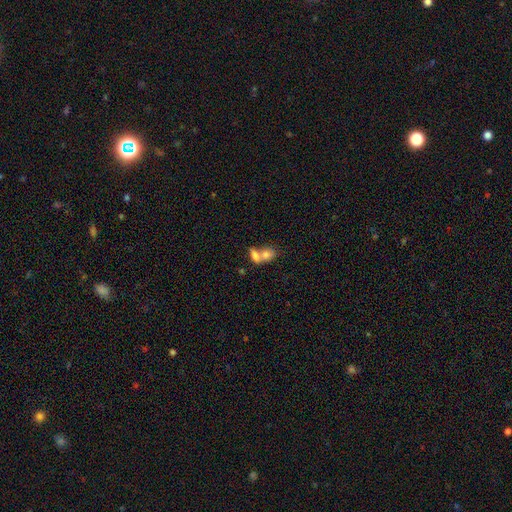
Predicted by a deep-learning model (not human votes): smooth_or_featured: smooth (p=0.76) [alt: featured or disk p=0.16]
how_rounded: in between (p=0.74) [alt: round p=0.21]
merging: merger (p=0.71) [alt: none p=0.20]